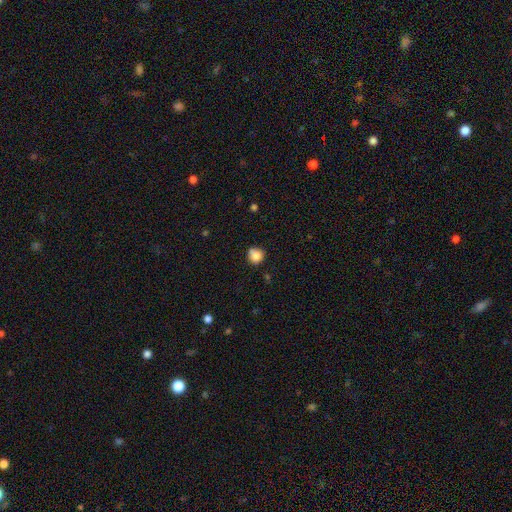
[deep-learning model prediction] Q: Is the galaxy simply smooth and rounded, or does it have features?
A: smooth — 84%.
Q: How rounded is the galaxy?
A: round — 86%.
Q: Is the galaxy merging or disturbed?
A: none — 66%.